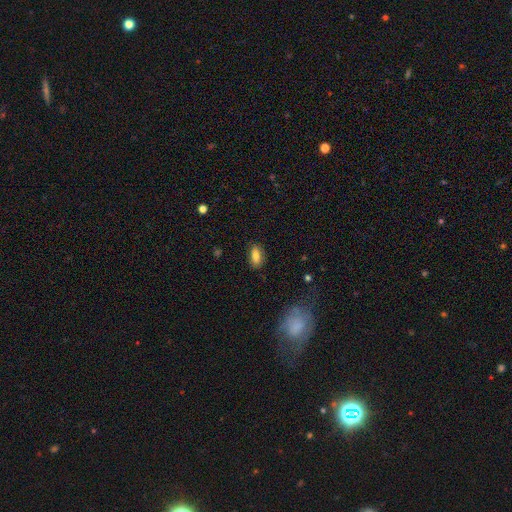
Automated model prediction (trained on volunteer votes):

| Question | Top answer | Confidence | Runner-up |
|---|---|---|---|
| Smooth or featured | smooth | 81% | featured or disk (11%) |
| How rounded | in between | 86% | cigar-shaped (9%) |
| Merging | none | 84% | minor disturbance (12%) |